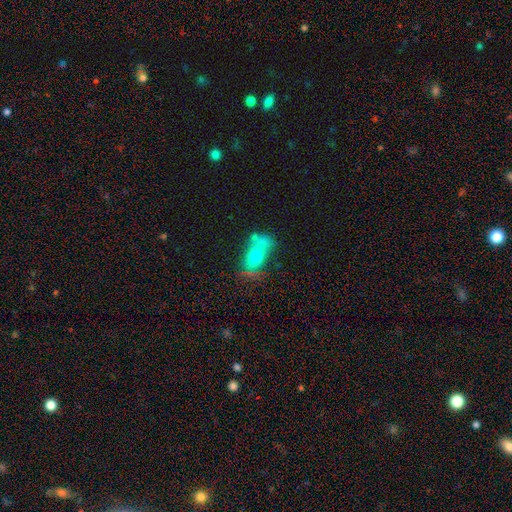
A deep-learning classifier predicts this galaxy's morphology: This appears to be a smooth galaxy with no disk features (63%) that is in between round and cigar-shaped (79%). Merging: merger (35%).